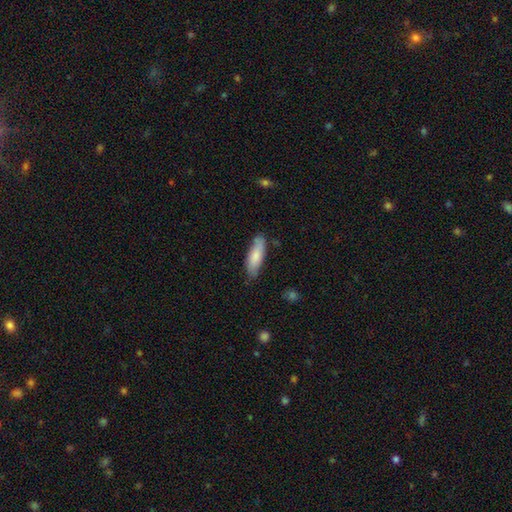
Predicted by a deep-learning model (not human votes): smooth 79%, featured or disk 16%, star or artifact 6%. Down the decision tree: how rounded — in between (53%); merging — none (74%).